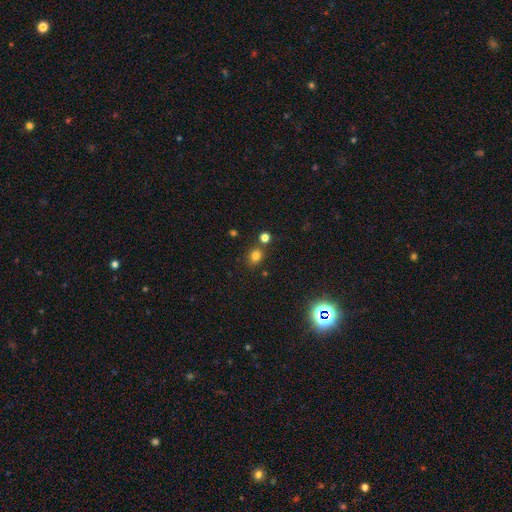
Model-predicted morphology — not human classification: Smooth or featured: smooth — 79% (star or artifact — 15%)
How rounded: round — 69% (in between — 30%)
Merging: none — 76% (merger — 12%)